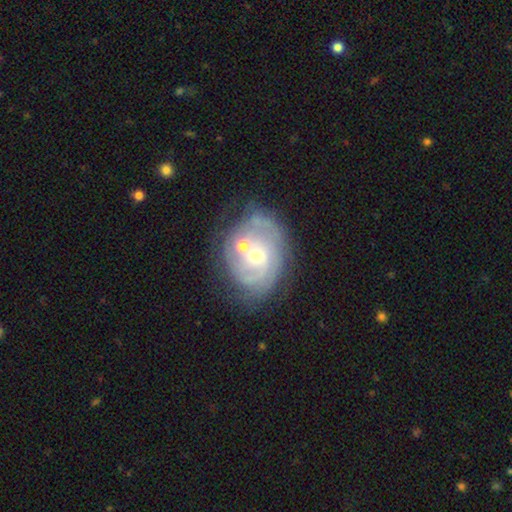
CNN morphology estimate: type=featured or disk (78%); edge-on=no (97%); bar=no (71%); spiral arms=yes (85%); winding=tight (60%); arm count=can't tell (36%); bulge=moderate (51%); merging=none (48%).